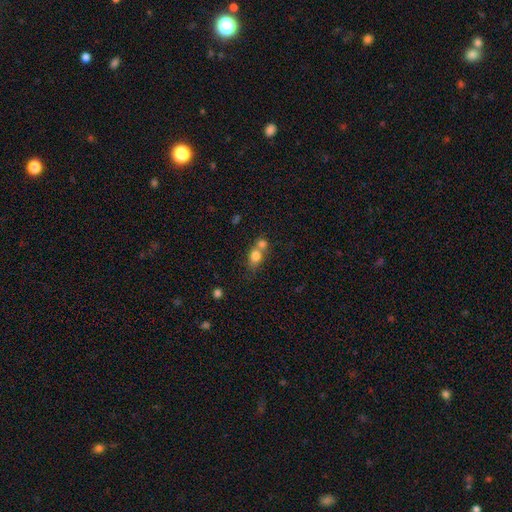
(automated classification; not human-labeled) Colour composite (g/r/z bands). It shows a smooth galaxy with no disk features (78%) that is round (50%). Merging: merger (56%).